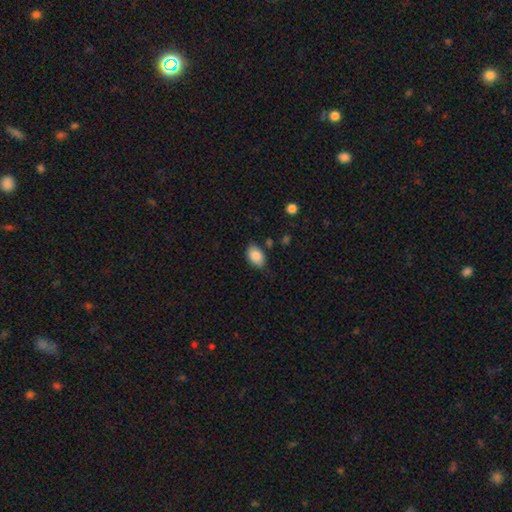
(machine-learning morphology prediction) Smooth or featured?
  - smooth: 87% *
  - star or artifact: 7%
  - featured or disk: 6%
How rounded?
  - in between: 88% *
  - round: 10%
  - cigar-shaped: 1%
Merging?
  - none: 78% *
  - minor disturbance: 16%
  - major disturbance: 3%
  - merger: 2%